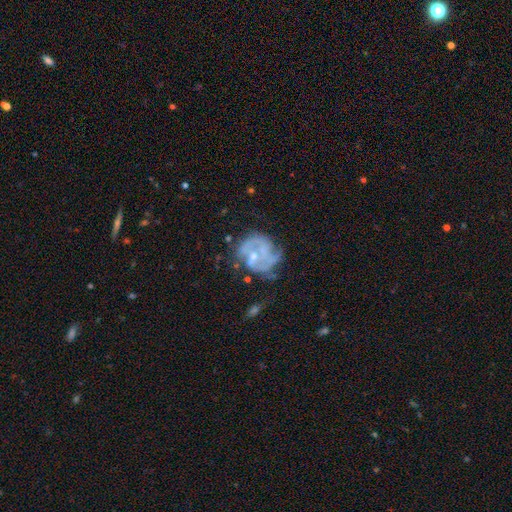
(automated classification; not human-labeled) Overall: featured or disk (76%). Edge-on disk: no (98%). Bar: no (66%; weak 28%). Spiral arms: yes (72%). Spiral arm count: can't tell (37%; 2 27%). Spiral winding: tight (43%; medium 39%). Bulge size: small (55%; moderate 35%). Merging: none (51%; minor disturbance 24%).